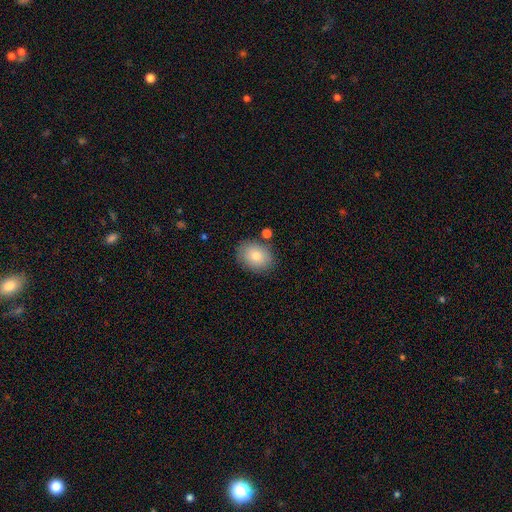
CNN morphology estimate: A smooth galaxy with no disk features (79%) that is in between round and cigar-shaped (54%).

Vote fractions:
- Smooth or featured? smooth: 79% / featured or disk: 12% / star or artifact: 9%
- How rounded? in between: 54% / round: 45% / cigar-shaped: 1%
- Merging? none: 82% / minor disturbance: 11% / merger: 4% / major disturbance: 3%